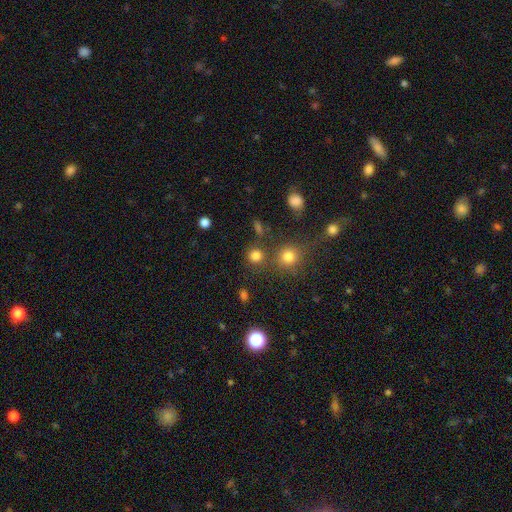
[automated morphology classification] Q: Smooth or featured?
A: smooth (79%); runner-up: star or artifact (16%)
Q: How rounded?
A: round (88%); runner-up: in between (10%)
Q: Merging?
A: none (73%); runner-up: merger (13%)